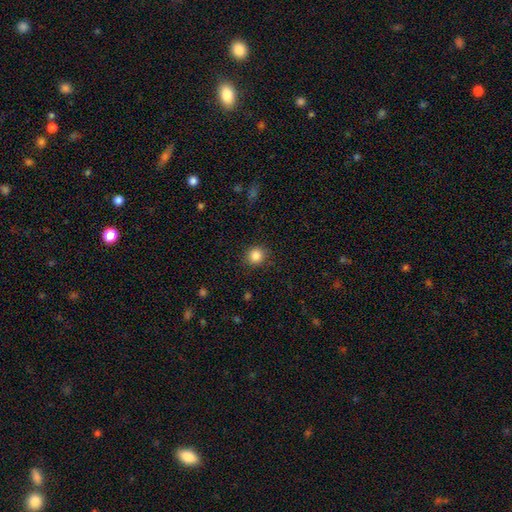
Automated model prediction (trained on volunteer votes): smooth-or-featured: smooth: 85% | star or artifact: 10% | featured or disk: 4%
  how-rounded: round: 89% | in between: 11% | cigar-shaped: 1%
  merging: none: 89% | minor disturbance: 7% | major disturbance: 2% | merger: 1%